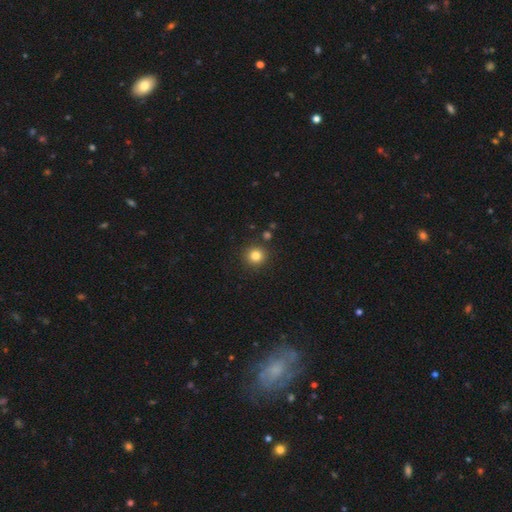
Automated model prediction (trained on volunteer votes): Morphology: type=smooth (82%); roundness=round (93%); merging=none (89%).